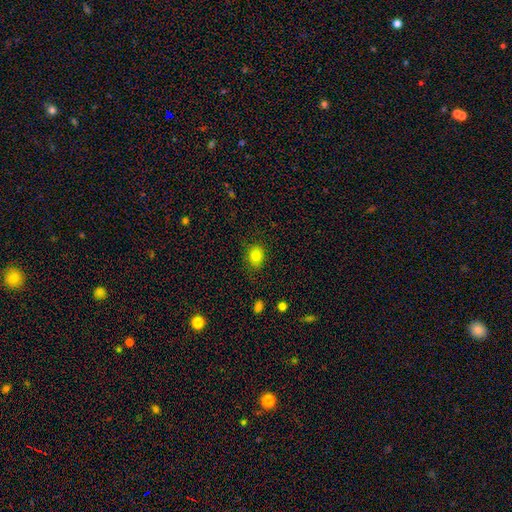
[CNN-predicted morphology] This is clearly a smooth galaxy (82%). How rounded: possibly round (53%). Merging: likely none (79%).